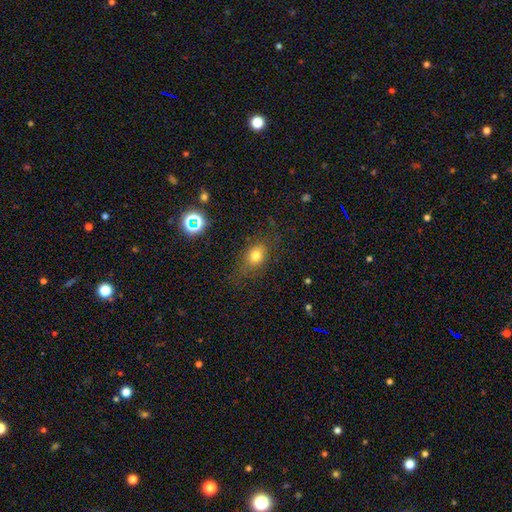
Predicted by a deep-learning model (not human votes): A smooth galaxy with no disk features (73%) that is in between round and cigar-shaped (60%).

Vote fractions:
- Smooth or featured? smooth: 73% / star or artifact: 15% / featured or disk: 12%
- How rounded? in between: 60% / round: 38% / cigar-shaped: 3%
- Merging? none: 70% / minor disturbance: 19% / major disturbance: 10% / merger: 2%